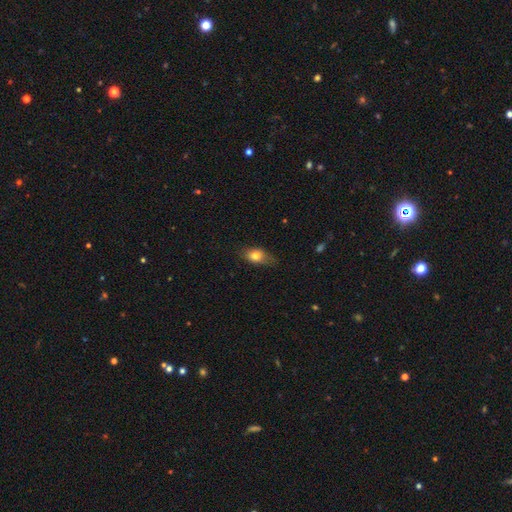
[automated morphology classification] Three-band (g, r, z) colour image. It shows a smooth galaxy with no disk features (76%) that is in between round and cigar-shaped (72%). Merging: none (63%).